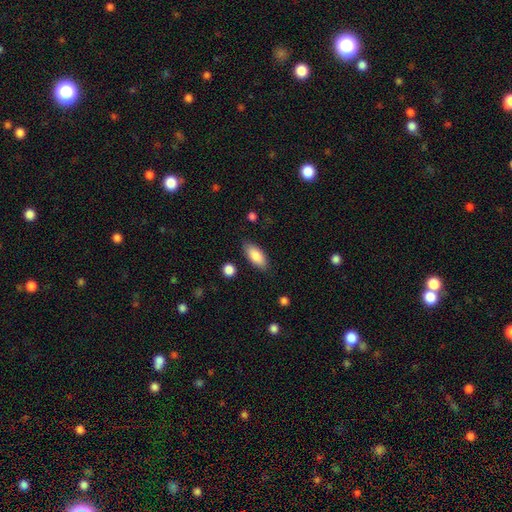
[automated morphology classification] The model was most divided on "how rounded": in between: 83%, cigar-shaped: 15%, round: 2%. More confident: smooth or featured — smooth (85%); merging — none (84%).